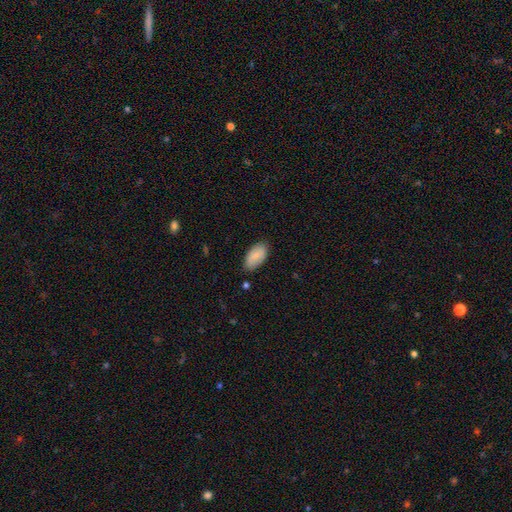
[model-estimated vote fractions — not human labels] A smooth galaxy with no disk features (82%) that is in between round and cigar-shaped (95%).

Vote fractions:
- Smooth or featured? smooth: 82% / featured or disk: 11% / star or artifact: 7%
- How rounded? in between: 95% / round: 3% / cigar-shaped: 2%
- Merging? none: 79% / minor disturbance: 16% / major disturbance: 3% / merger: 2%